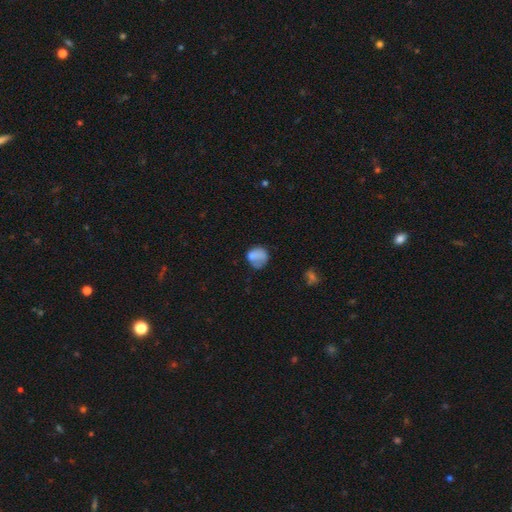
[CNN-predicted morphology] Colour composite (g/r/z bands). It shows a smooth galaxy with no disk features (73%) that is round (71%). Merging: none (45%).